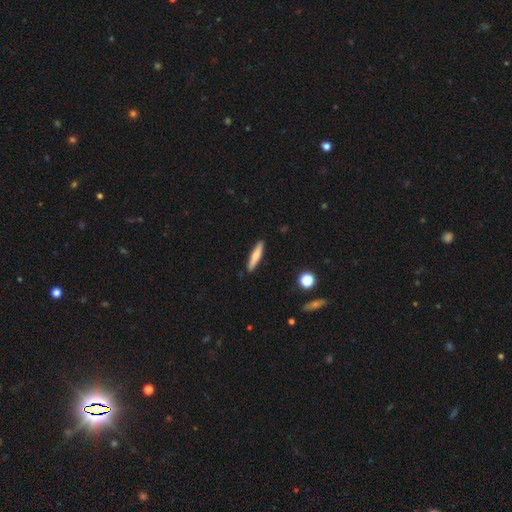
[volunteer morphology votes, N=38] Smooth or featured? smooth (66%)
How rounded? cigar-shaped (100%)
Merging? none (89%)